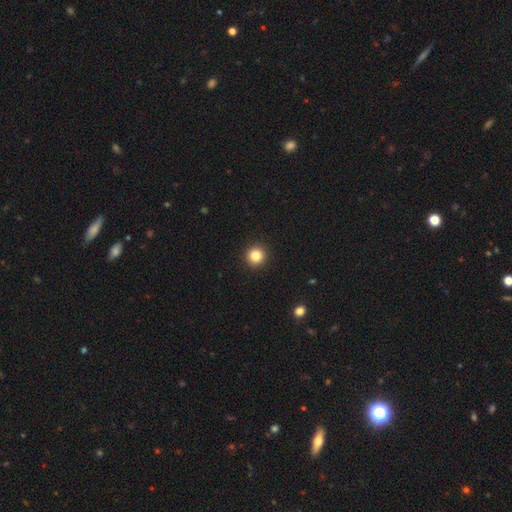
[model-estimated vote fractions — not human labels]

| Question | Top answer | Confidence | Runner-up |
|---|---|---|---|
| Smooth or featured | smooth | 84% | star or artifact (11%) |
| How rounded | round | 95% | in between (4%) |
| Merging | none | 94% | minor disturbance (4%) |